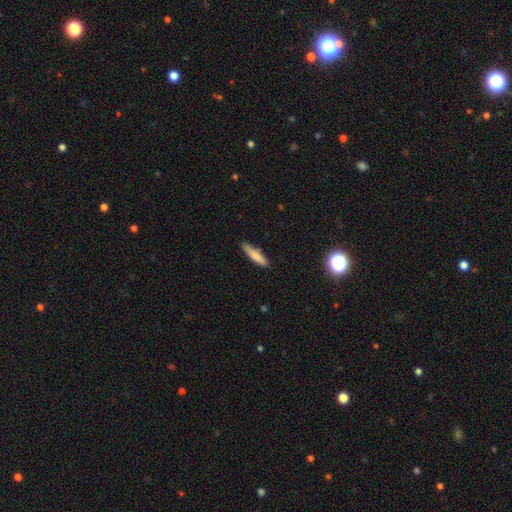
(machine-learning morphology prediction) This appears to be a smooth galaxy with no disk features (79%) that is cigar-shaped (84%). Merging: none (84%).